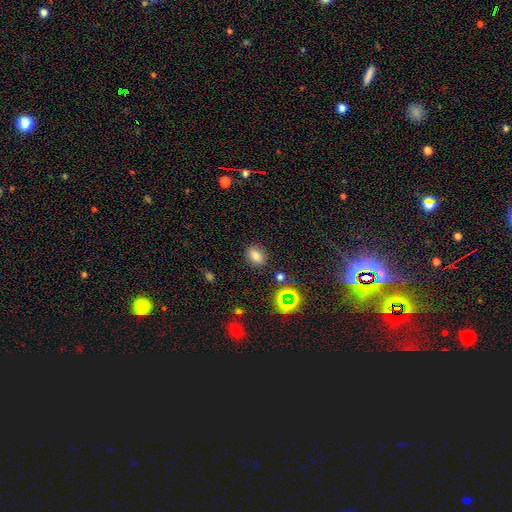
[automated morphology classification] Smooth or featured? smooth (76%)
How rounded? in between (69%)
Merging? none (83%)